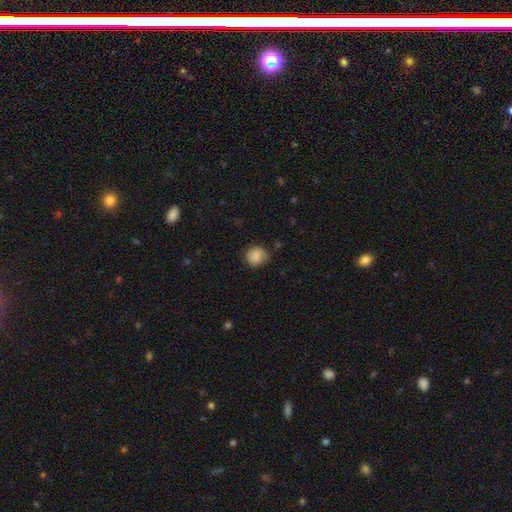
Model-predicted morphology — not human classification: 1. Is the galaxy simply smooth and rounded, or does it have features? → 79% smooth, 13% featured or disk, 8% star or artifact.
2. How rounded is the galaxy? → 82% round, 17% in between, 1% cigar-shaped.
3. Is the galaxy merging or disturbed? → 70% none, 23% minor disturbance, 5% major disturbance, 1% merger.